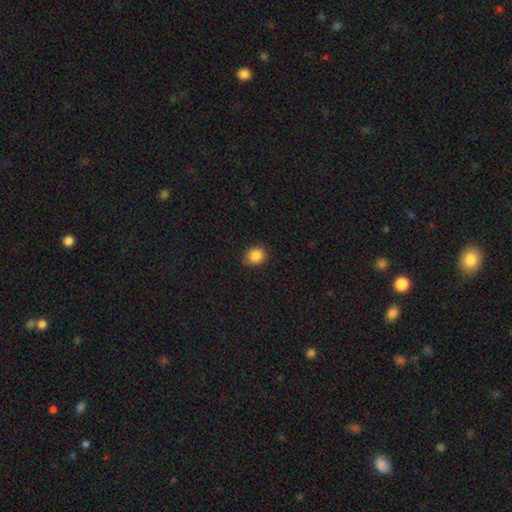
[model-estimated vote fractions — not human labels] smooth 86%, star or artifact 10%, featured or disk 4%. Down the decision tree: how rounded — round (79%); merging — none (83%).